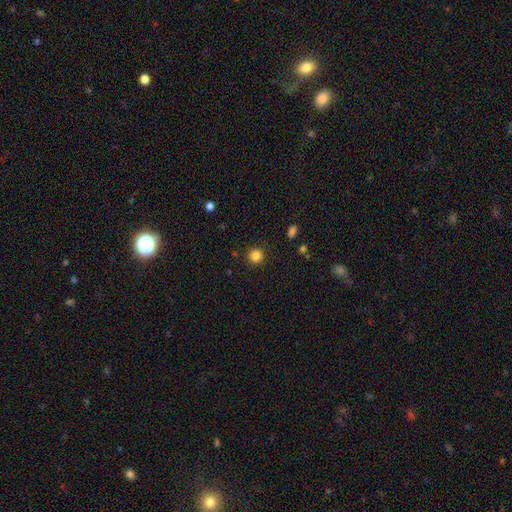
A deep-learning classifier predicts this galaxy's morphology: smooth-or-featured: smooth: 84% | star or artifact: 12% | featured or disk: 4%
  how-rounded: round: 94% | in between: 5% | cigar-shaped: 1%
  merging: none: 90% | minor disturbance: 6% | major disturbance: 2% | merger: 1%